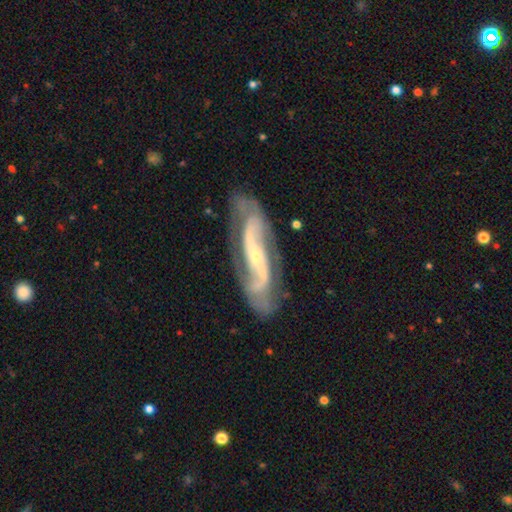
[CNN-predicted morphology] smooth-or-featured: featured or disk: 90% | smooth: 5% | star or artifact: 5%
  disk-edge-on: no: 90% | yes: 10%
    bar: no: 35% | strong: 33% | weak: 32%
    has-spiral-arms: yes: 97% | no: 3%
      spiral-winding: medium: 46% | loose: 33% | tight: 21%
      spiral-arm-count: 2: 88% | can't tell: 5% | 3: 3% | 1: 2% | 4: 2% | more than 4: 1%
    bulge-size: small: 70% | moderate: 25% | none: 2% | large: 1% | dominant: 1%
  merging: none: 76% | minor disturbance: 16% | major disturbance: 6% | merger: 2%